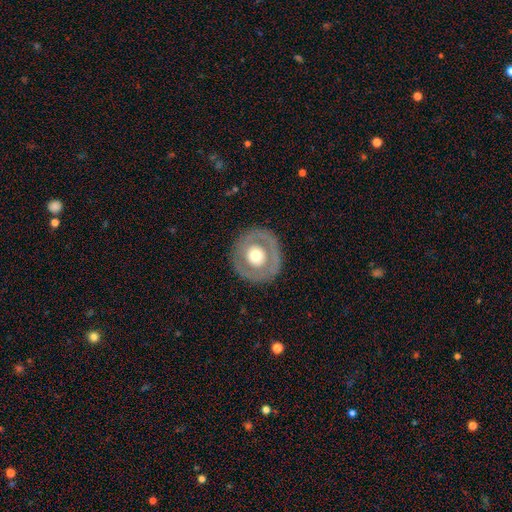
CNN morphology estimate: Q: Smooth or featured?
A: featured or disk (49%); runner-up: smooth (45%)
Q: Merging?
A: none (85%); runner-up: minor disturbance (9%)